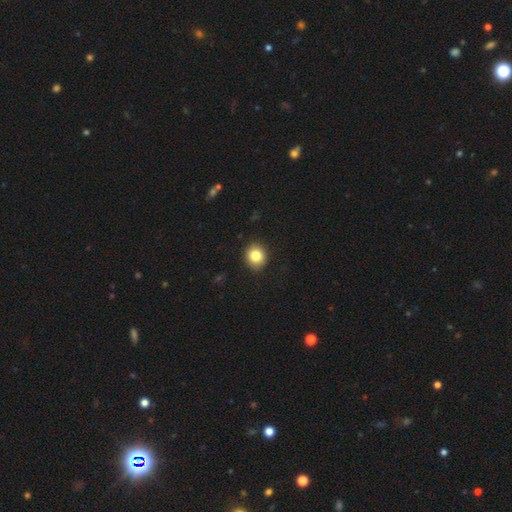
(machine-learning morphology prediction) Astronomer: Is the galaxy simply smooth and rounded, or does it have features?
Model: smooth — 83%.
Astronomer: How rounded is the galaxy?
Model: round — 77%.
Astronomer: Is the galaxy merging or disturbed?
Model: none — 90%.